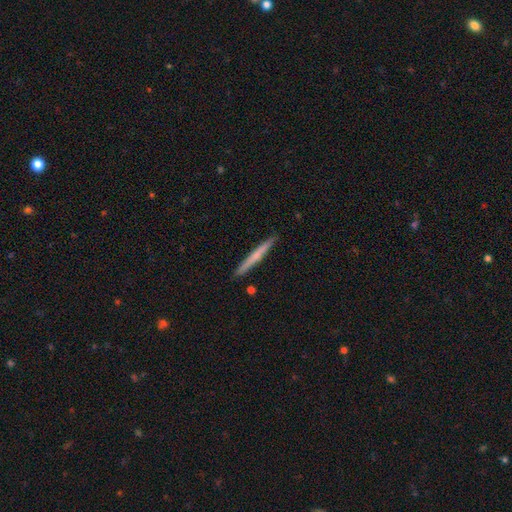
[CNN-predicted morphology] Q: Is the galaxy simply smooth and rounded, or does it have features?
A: smooth — 53%.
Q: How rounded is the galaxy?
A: cigar-shaped — 97%.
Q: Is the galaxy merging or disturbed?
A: none — 92%.